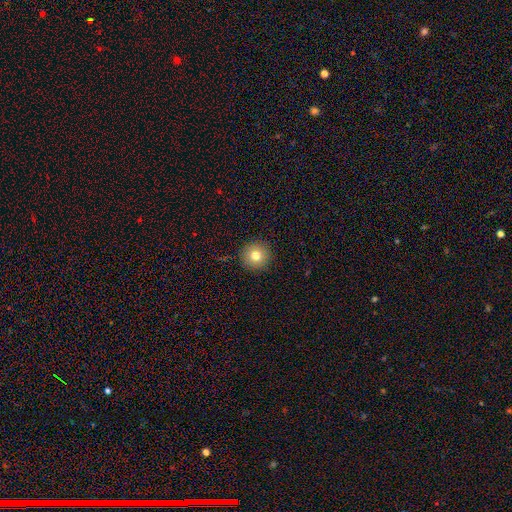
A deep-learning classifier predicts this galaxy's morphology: A smooth galaxy with no disk features (79%) that is round (95%).

Vote fractions:
- Smooth or featured? smooth: 79% / star or artifact: 11% / featured or disk: 10%
- How rounded? round: 95% / in between: 4% / cigar-shaped: 1%
- Merging? none: 92% / minor disturbance: 5% / major disturbance: 2% / merger: 1%